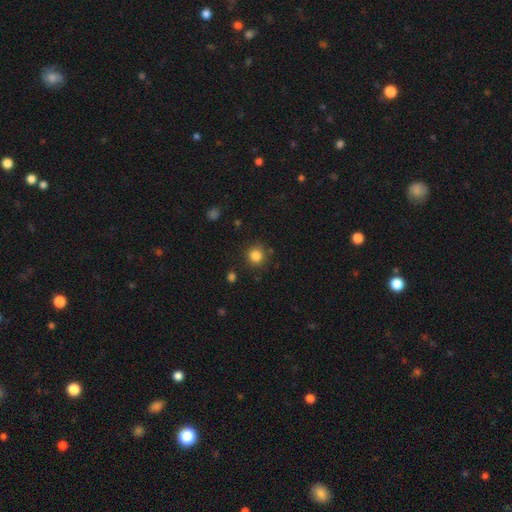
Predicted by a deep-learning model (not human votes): The model was most divided on "smooth or featured": smooth: 83%, star or artifact: 12%, featured or disk: 5%. More confident: how rounded — round (90%); merging — none (85%).